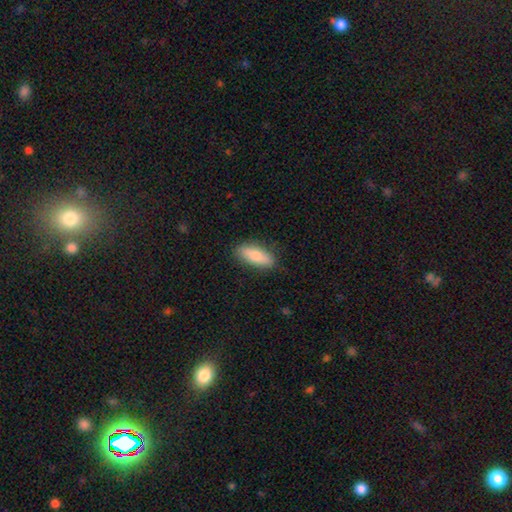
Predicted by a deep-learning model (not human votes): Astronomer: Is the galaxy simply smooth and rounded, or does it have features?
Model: smooth — 76%.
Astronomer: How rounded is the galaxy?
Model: in between — 67%.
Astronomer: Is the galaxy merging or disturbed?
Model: none — 87%.